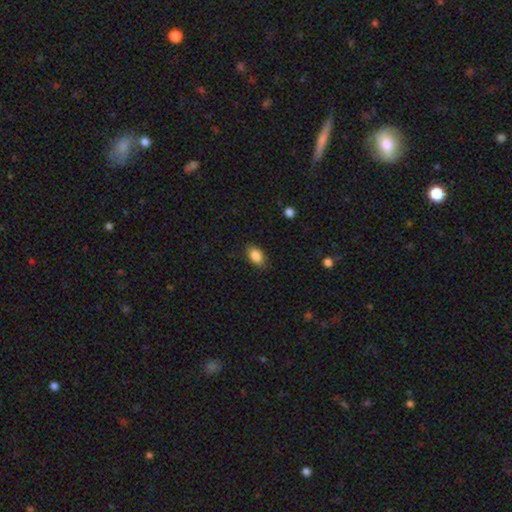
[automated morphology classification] Smooth or featured? smooth (88%)
How rounded? in between (87%)
Merging? none (83%)